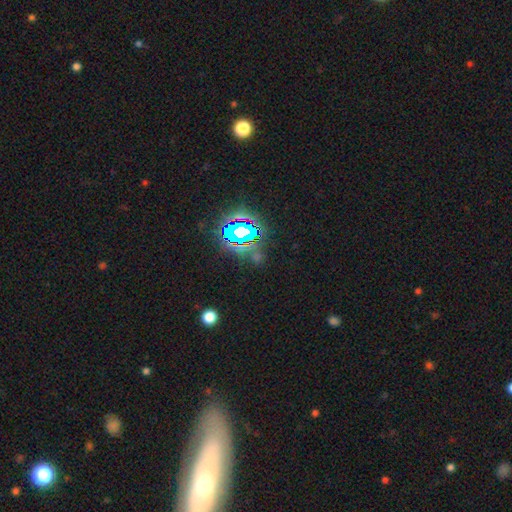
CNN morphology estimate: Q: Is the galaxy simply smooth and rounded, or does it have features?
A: star or artifact — 73%.